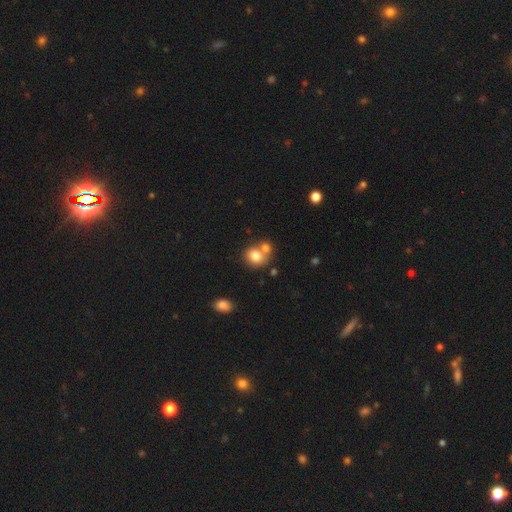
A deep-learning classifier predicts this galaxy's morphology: Q: Smooth or featured?
A: smooth (78%); runner-up: featured or disk (12%)
Q: How rounded?
A: round (73%); runner-up: in between (26%)
Q: Merging?
A: merger (47%); runner-up: none (41%)